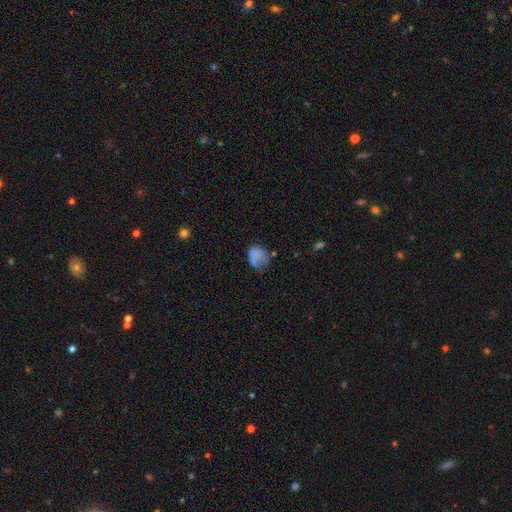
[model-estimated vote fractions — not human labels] Morphology: type=smooth (70%); roundness=in between (51%); merging=none (41%).